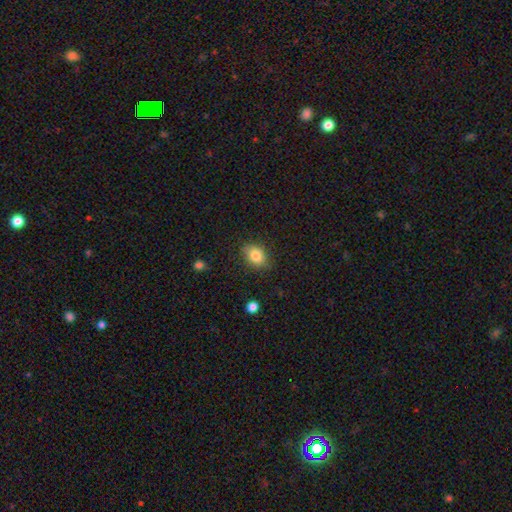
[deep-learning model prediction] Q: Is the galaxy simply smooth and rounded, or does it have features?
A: smooth — 82%.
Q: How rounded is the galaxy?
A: in between — 67%.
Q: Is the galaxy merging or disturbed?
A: none — 80%.